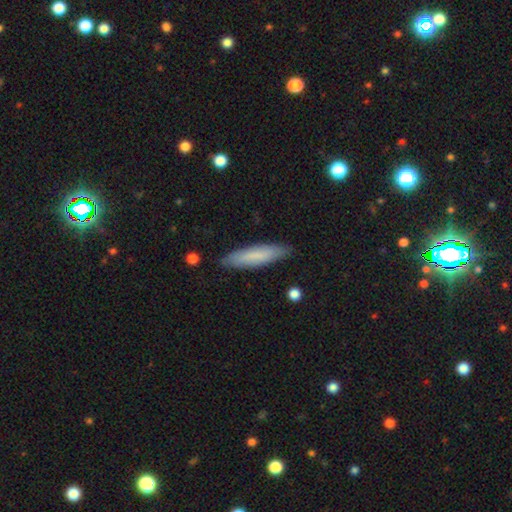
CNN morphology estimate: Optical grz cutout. It shows a smooth galaxy with no disk features (77%) that is cigar-shaped (78%). Merging: none (87%).